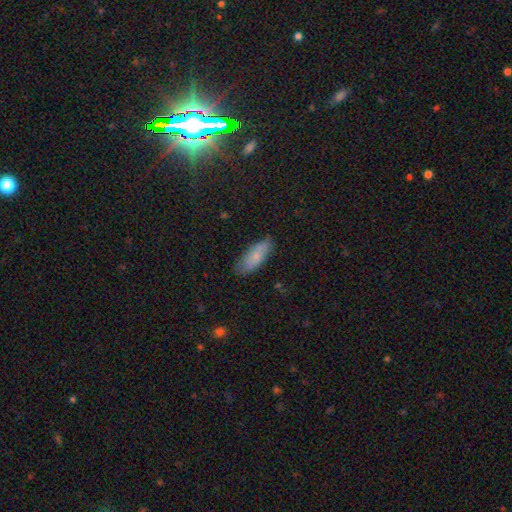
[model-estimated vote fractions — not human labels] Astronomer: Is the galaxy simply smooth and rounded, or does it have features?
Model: smooth — 74%.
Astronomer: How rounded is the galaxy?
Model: in between — 75%.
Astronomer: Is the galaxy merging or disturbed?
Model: none — 81%.